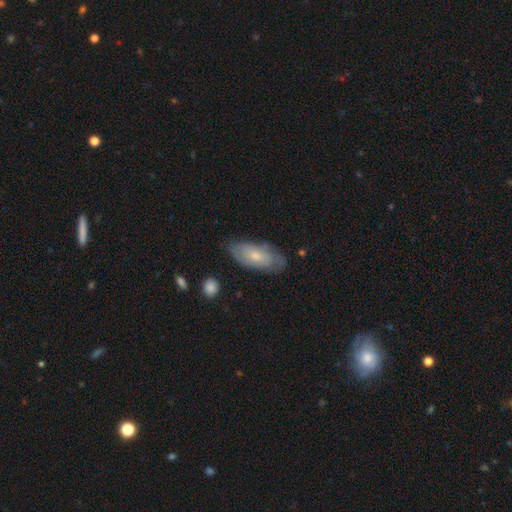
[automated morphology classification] smooth-or-featured: smooth: 56% | featured or disk: 38% | star or artifact: 6%
  how-rounded: in between: 87% | cigar-shaped: 11% | round: 2%
  merging: none: 74% | minor disturbance: 20% | major disturbance: 4% | merger: 2%